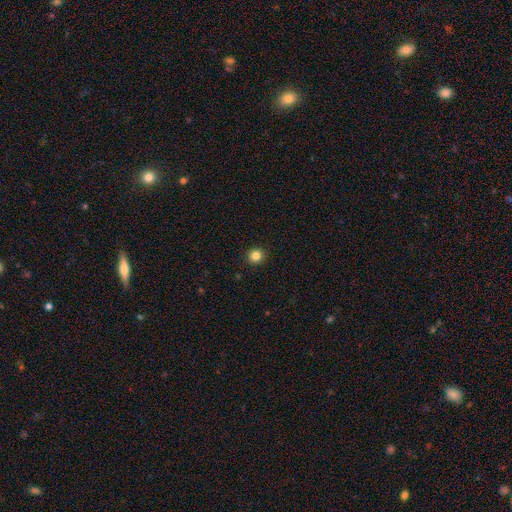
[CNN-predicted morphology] smooth 83%, star or artifact 12%, featured or disk 5%. Down the decision tree: how rounded — round (93%); merging — none (93%).